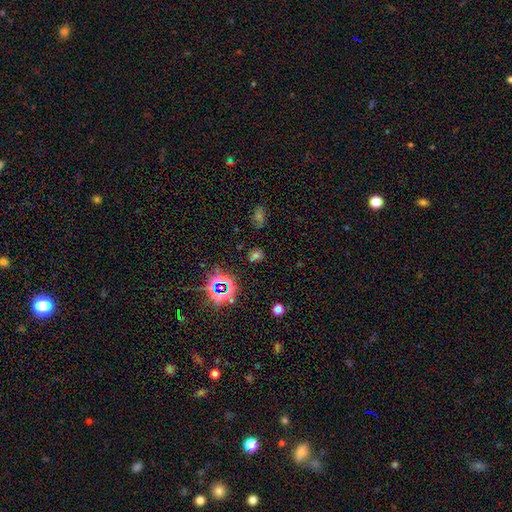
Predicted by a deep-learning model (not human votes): Smooth or featured: star or artifact — 51% (smooth — 41%)